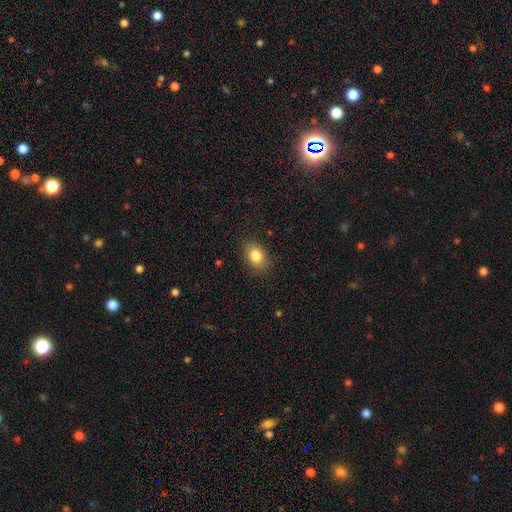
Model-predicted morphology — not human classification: smooth-or-featured: smooth: 83% | star or artifact: 9% | featured or disk: 8%
  how-rounded: in between: 76% | round: 23% | cigar-shaped: 1%
  merging: none: 85% | minor disturbance: 11% | major disturbance: 3% | merger: 1%